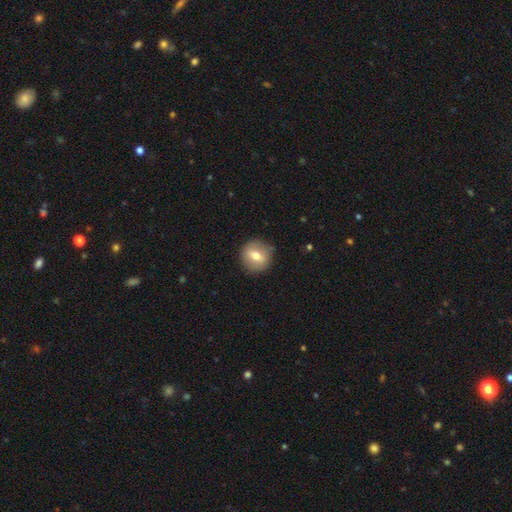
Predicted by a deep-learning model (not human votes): A smooth galaxy with no disk features (59%) that is round (87%). Merging: none (84%).